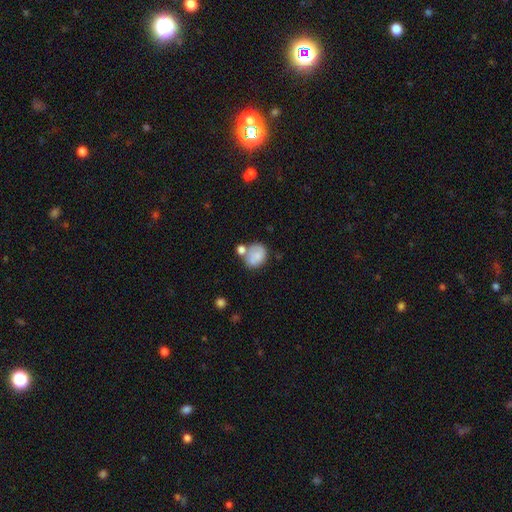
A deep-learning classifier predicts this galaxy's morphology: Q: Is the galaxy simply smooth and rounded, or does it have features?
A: smooth — 72%.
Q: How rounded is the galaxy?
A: round — 51%.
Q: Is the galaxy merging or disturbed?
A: none — 40%.